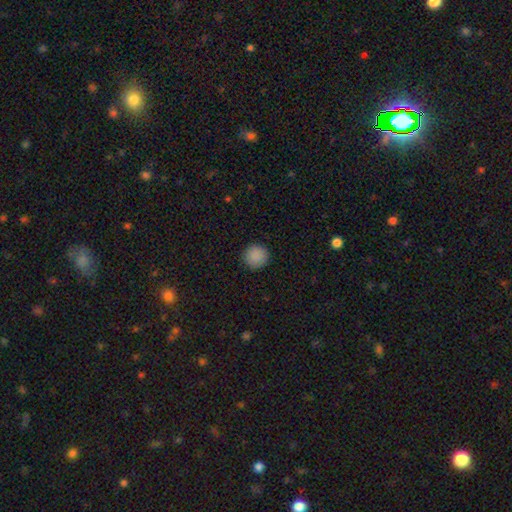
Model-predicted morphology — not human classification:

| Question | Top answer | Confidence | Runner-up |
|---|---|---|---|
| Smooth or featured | smooth | 88% | star or artifact (9%) |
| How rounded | round | 94% | in between (5%) |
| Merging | none | 91% | minor disturbance (6%) |